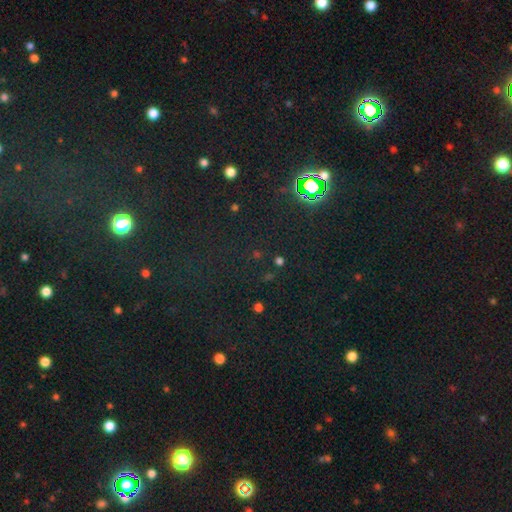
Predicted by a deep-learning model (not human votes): smooth-or-featured: star or artifact: 75% | smooth: 18% | featured or disk: 8%